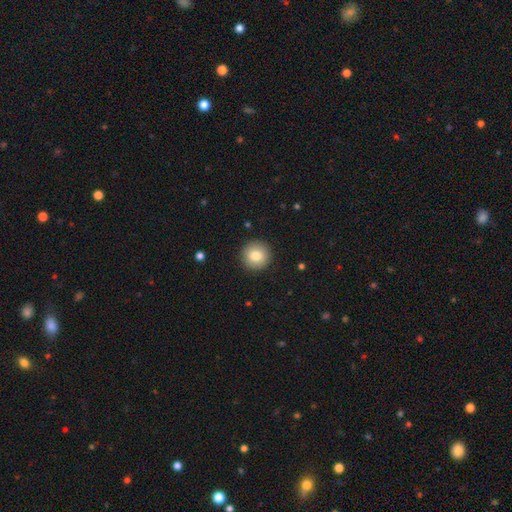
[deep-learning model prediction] The model was most divided on "smooth or featured": smooth: 81%, featured or disk: 11%, star or artifact: 9%. More confident: how rounded — round (95%); merging — none (92%).